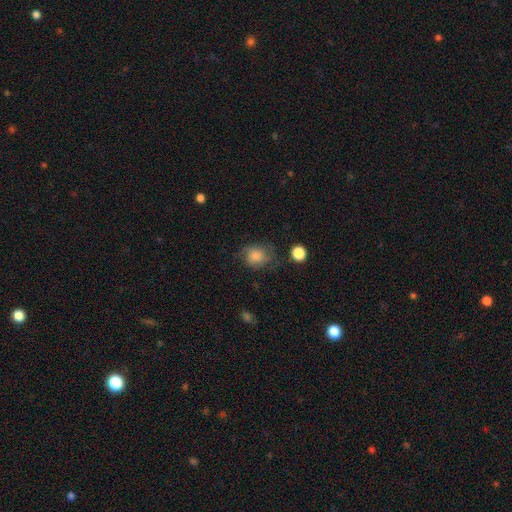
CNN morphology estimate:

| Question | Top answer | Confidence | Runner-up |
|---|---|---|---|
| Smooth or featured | smooth | 68% | featured or disk (19%) |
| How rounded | round | 67% | in between (32%) |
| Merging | none | 63% | minor disturbance (24%) |